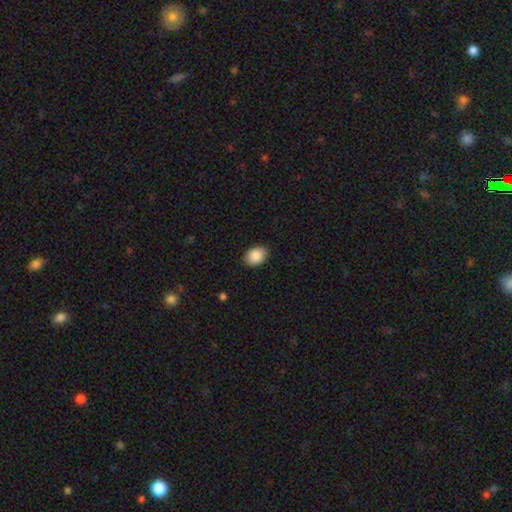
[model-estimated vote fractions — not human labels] Smooth or featured? Predicted: smooth (p=0.89). How rounded? Predicted: in between (p=0.74). Merging? Predicted: none (p=0.88).